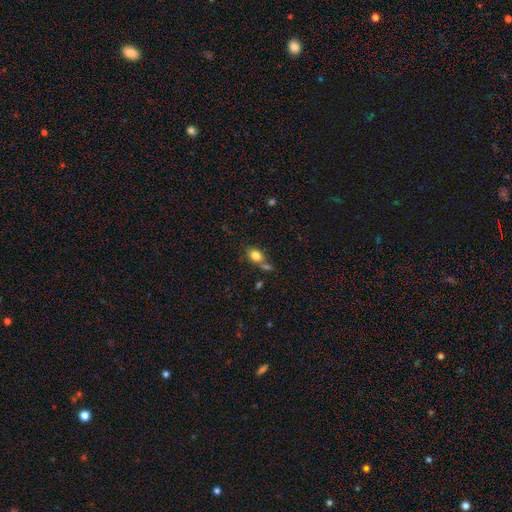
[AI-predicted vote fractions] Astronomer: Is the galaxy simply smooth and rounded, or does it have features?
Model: smooth — 81%.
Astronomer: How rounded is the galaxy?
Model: in between — 58% (runner-up: round, 40%).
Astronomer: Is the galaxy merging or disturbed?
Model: none — 53%.